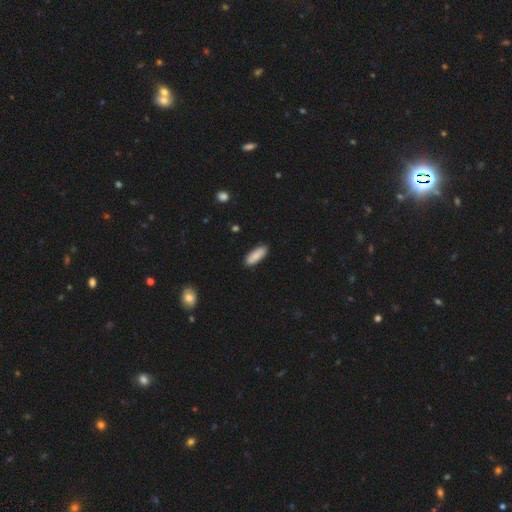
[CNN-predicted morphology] Smooth or featured?
  - smooth: 88% *
  - featured or disk: 7%
  - star or artifact: 6%
How rounded?
  - in between: 61% *
  - cigar-shaped: 37%
  - round: 2%
Merging?
  - none: 88% *
  - minor disturbance: 9%
  - major disturbance: 2%
  - merger: 1%